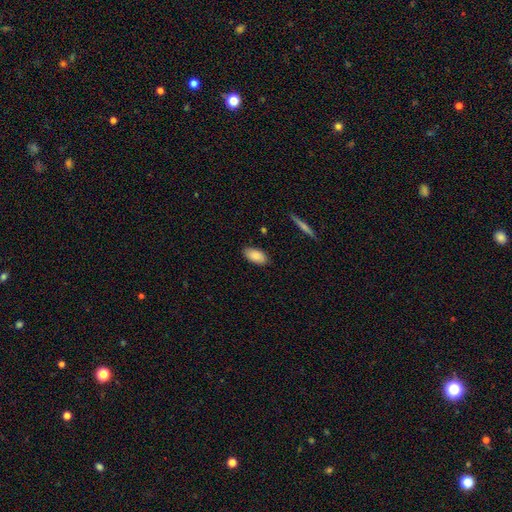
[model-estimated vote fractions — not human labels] This is clearly a smooth galaxy (87%). How rounded: clearly in between (94%). Merging: clearly none (87%).